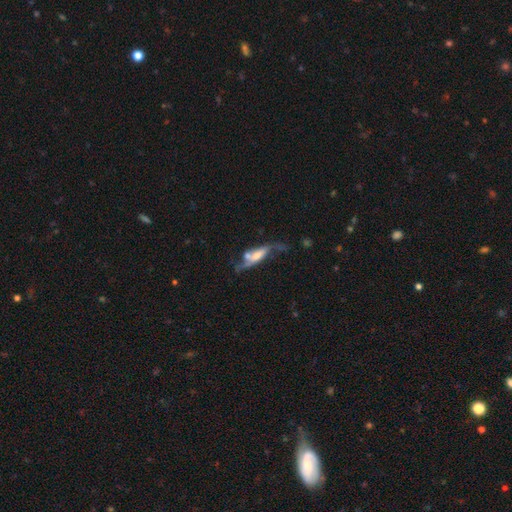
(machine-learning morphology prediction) smooth-or-featured: featured or disk: 64% | smooth: 28% | star or artifact: 7%
  disk-edge-on: no: 64% | yes: 36%
  merging: none: 34% | merger: 25% | major disturbance: 21% | minor disturbance: 20%